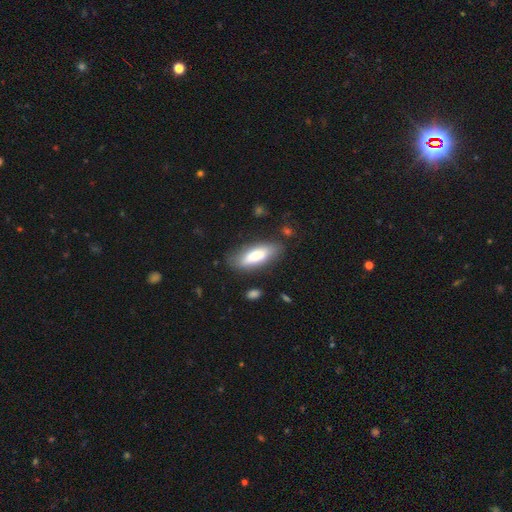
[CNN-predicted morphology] A smooth galaxy with no disk features (72%) that is in between round and cigar-shaped (69%). Merging: none (76%).